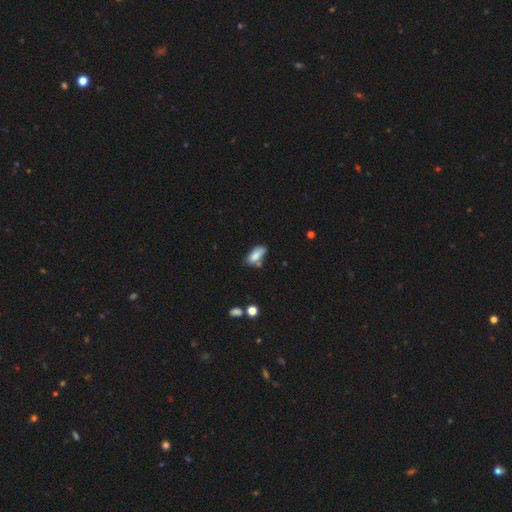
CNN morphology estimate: Smooth or featured? smooth (80%)
How rounded? in between (87%)
Merging? none (50%)